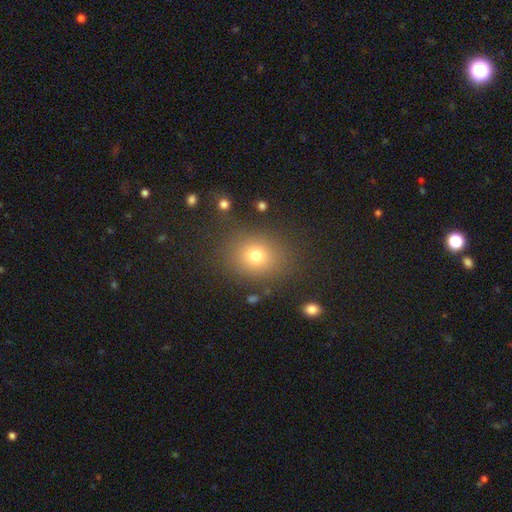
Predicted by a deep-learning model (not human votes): Smooth or featured?
  - smooth: 75% *
  - star or artifact: 15%
  - featured or disk: 10%
How rounded?
  - round: 60% *
  - in between: 39%
  - cigar-shaped: 1%
Merging?
  - none: 82% *
  - minor disturbance: 10%
  - major disturbance: 5%
  - merger: 3%